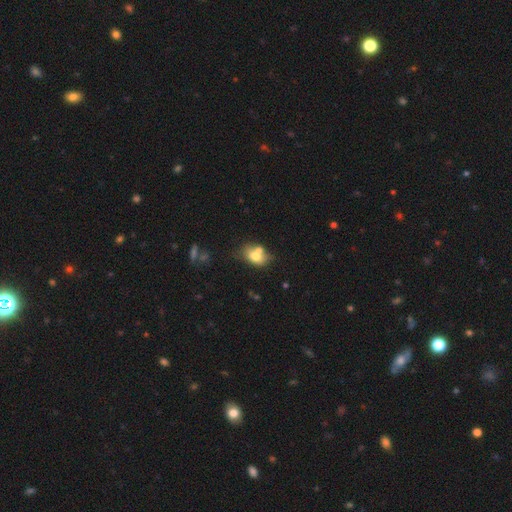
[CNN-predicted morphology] Smooth or featured: smooth — 70% (featured or disk — 20%)
How rounded: in between — 76% (round — 22%)
Merging: none — 42% (merger — 35%)